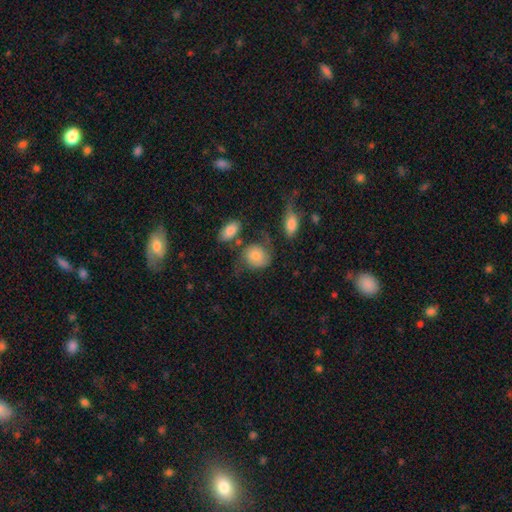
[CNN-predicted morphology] Q: Smooth or featured?
A: smooth (64%); runner-up: featured or disk (27%)
Q: How rounded?
A: round (62%); runner-up: in between (37%)
Q: Merging?
A: none (46%); runner-up: minor disturbance (24%)